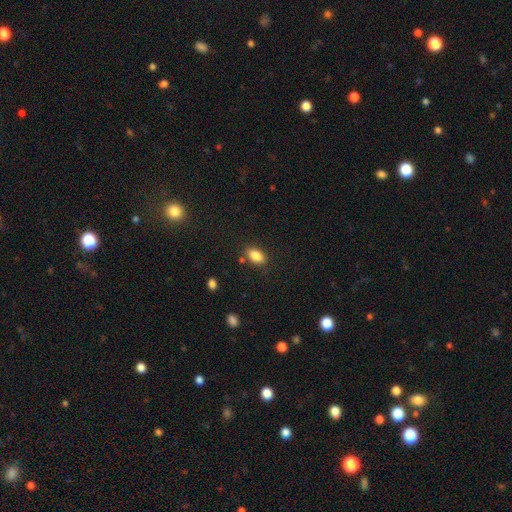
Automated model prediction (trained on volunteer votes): smooth 86%, star or artifact 8%, featured or disk 6%. Down the decision tree: how rounded — in between (90%); merging — none (81%).